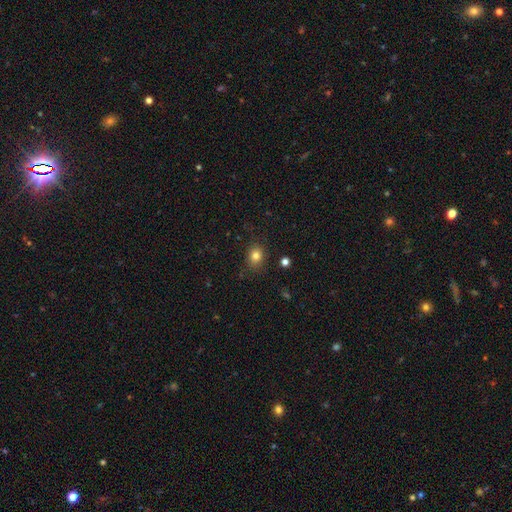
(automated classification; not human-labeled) Q: Smooth or featured?
A: smooth (81%); runner-up: star or artifact (12%)
Q: How rounded?
A: round (52%); runner-up: in between (47%)
Q: Merging?
A: none (82%); runner-up: minor disturbance (13%)